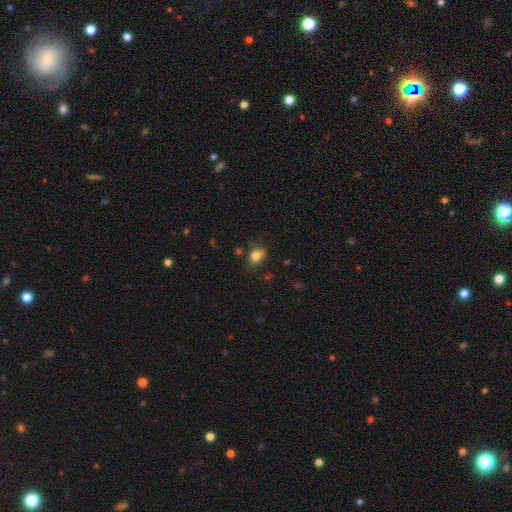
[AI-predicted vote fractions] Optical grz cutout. It shows a smooth galaxy with no disk features (80%) that is in between round and cigar-shaped (52%). Merging: none (61%).